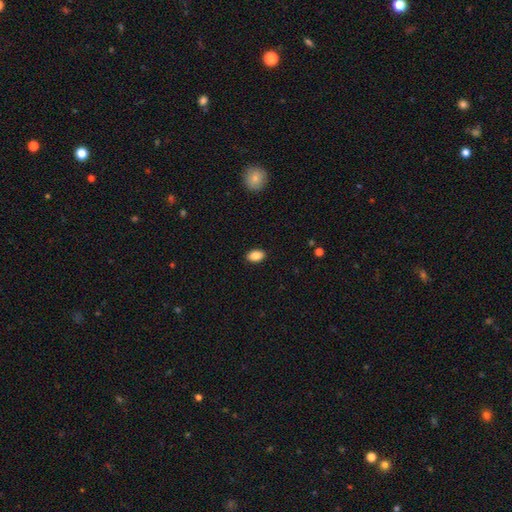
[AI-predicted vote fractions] Overall: smooth (87%). How rounded: in between (87%). Merging: none (89%).